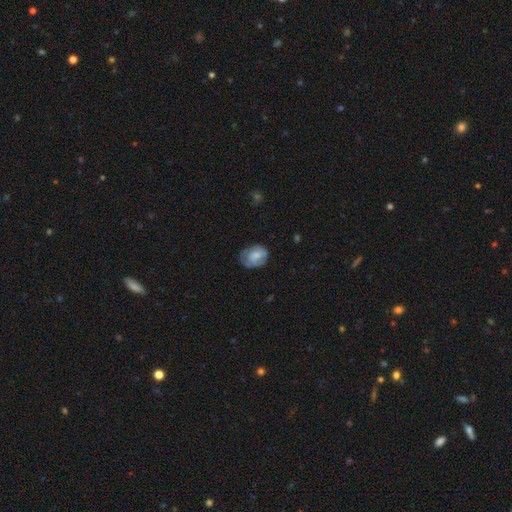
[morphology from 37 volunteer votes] Overall: smooth (68%). How rounded: in between (76%). Merging: none (65%; minor disturbance 29%).